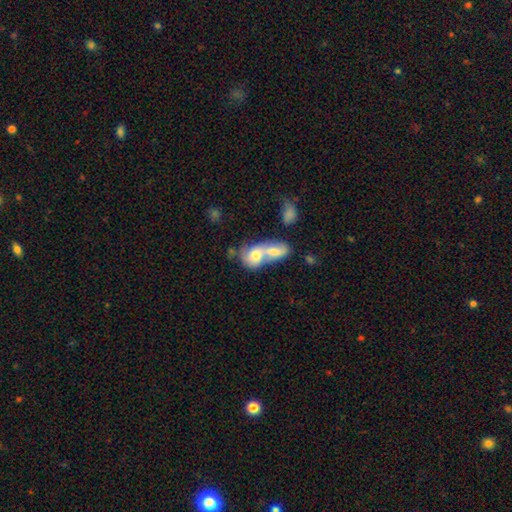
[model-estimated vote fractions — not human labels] This is likely a smooth galaxy (65%). How rounded: likely in between (69%). Merging: likely merger (79%).